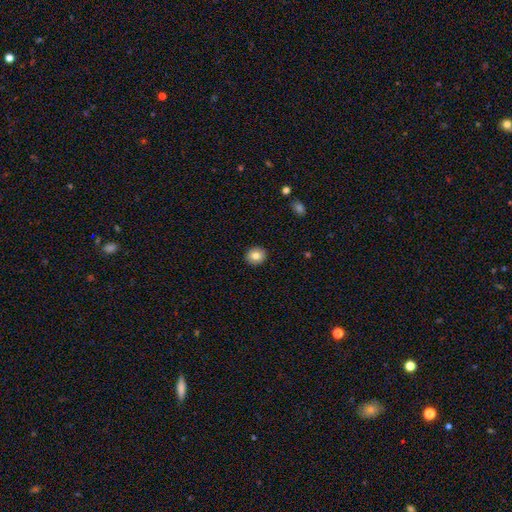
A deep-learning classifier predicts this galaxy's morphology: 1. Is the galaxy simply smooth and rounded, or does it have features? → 82% smooth, 9% star or artifact, 9% featured or disk.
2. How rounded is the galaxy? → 80% round, 19% in between, 1% cigar-shaped.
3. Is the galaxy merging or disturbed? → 92% none, 6% minor disturbance, 2% major disturbance, 1% merger.